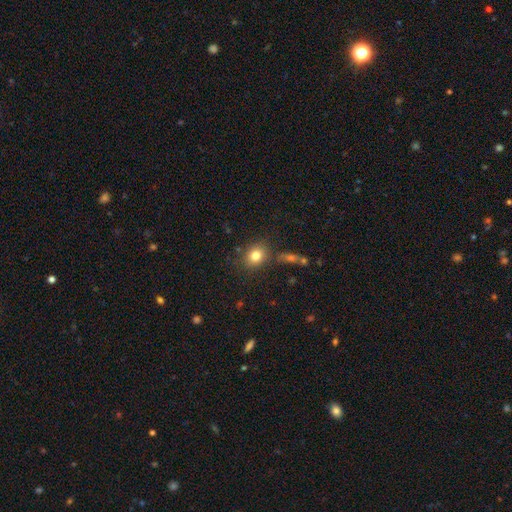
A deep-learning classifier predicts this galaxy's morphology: smooth 80%, star or artifact 11%, featured or disk 9%. Down the decision tree: how rounded — round (61%); merging — none (80%).